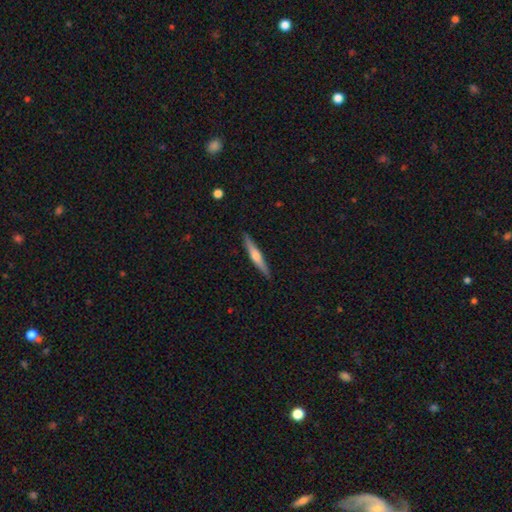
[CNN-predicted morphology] featured or disk 58%, smooth 36%, star or artifact 5%. Down the decision tree: edge-on disk — yes (97%); edge-on bulge — rounded (85%); merging — none (90%).